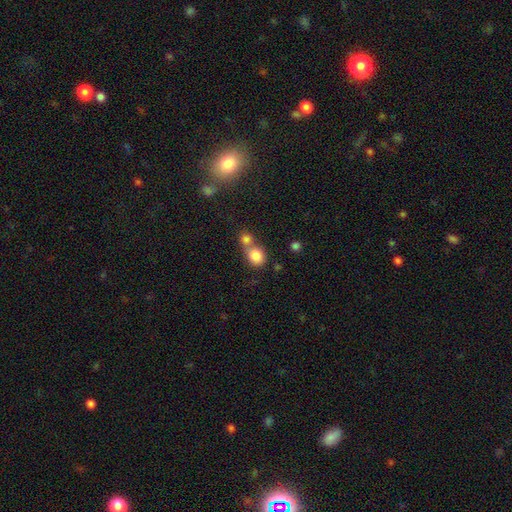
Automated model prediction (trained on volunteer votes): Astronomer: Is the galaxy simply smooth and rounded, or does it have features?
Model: smooth — 82%.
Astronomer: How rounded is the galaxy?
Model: round — 70%.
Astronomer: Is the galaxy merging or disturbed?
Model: merger — 54% (runner-up: none, 36%).